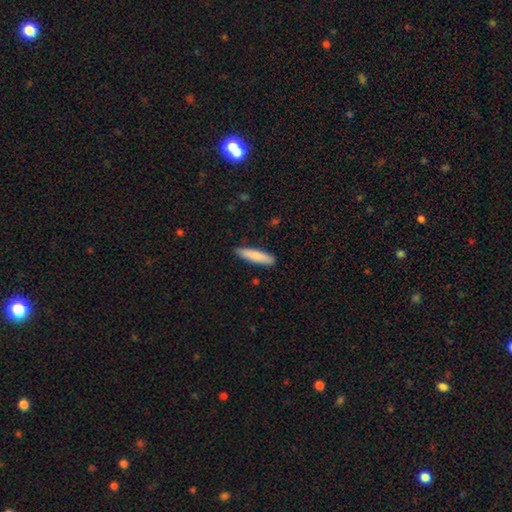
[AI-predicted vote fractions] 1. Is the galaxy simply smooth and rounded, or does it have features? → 85% smooth, 10% featured or disk, 6% star or artifact.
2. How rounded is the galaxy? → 80% cigar-shaped, 19% in between, 1% round.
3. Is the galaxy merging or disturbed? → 88% none, 9% minor disturbance, 2% major disturbance, 1% merger.